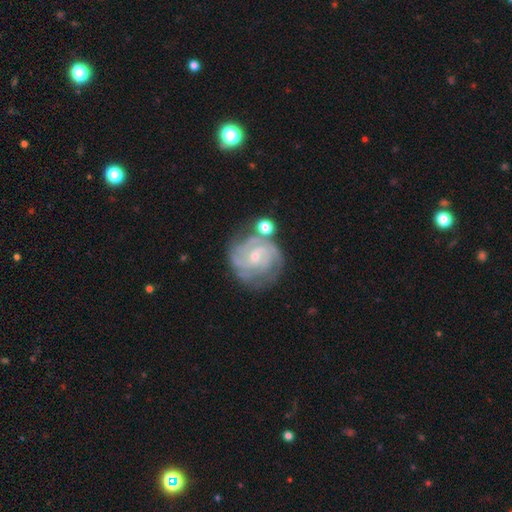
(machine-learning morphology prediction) Smooth or featured?
  - featured or disk: 86% *
  - smooth: 8%
  - star or artifact: 6%
Edge-on disk?
  - no: 98% *
  - yes: 2%
Bar?
  - no: 56% *
  - weak: 37%
  - strong: 7%
Spiral arms?
  - yes: 97% *
  - no: 3%
Spiral winding?
  - tight: 66% *
  - medium: 29%
  - loose: 5%
Spiral arm count?
  - 3: 30% *
  - can't tell: 22%
  - 4: 20%
  - 2: 16%
  - more than 4: 6%
  - 1: 5%
Bulge size?
  - small: 71% *
  - moderate: 24%
  - none: 3%
  - large: 1%
  - dominant: 1%
Merging?
  - none: 65% *
  - minor disturbance: 18%
  - merger: 10%
  - major disturbance: 8%